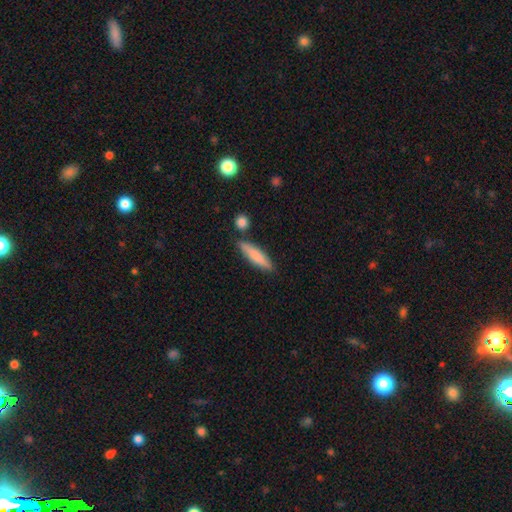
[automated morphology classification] smooth-or-featured: smooth: 79% | featured or disk: 15% | star or artifact: 6%
  how-rounded: cigar-shaped: 76% | in between: 22% | round: 2%
  merging: none: 78% | minor disturbance: 13% | merger: 6% | major disturbance: 3%